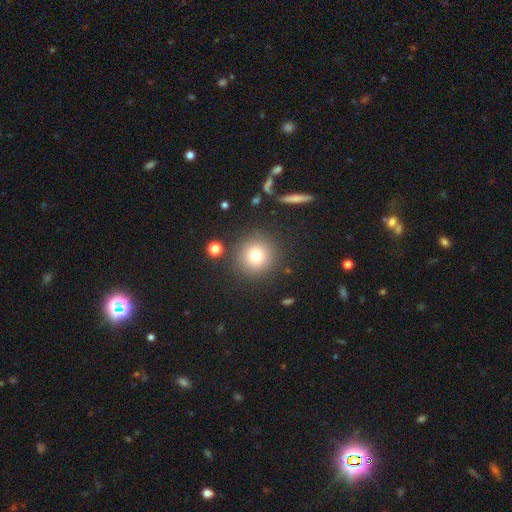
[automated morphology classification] This is likely a smooth galaxy (77%). How rounded: clearly round (94%). Merging: clearly none (86%).